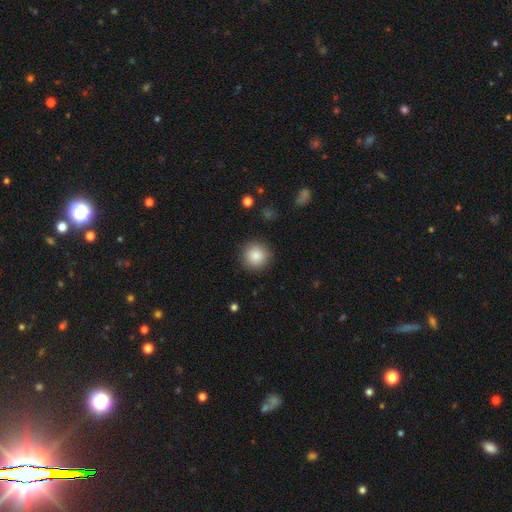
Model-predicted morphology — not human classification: smooth-or-featured: smooth: 86% | star or artifact: 9% | featured or disk: 5%
  how-rounded: round: 94% | in between: 5% | cigar-shaped: 1%
  merging: none: 90% | minor disturbance: 7% | major disturbance: 2% | merger: 1%